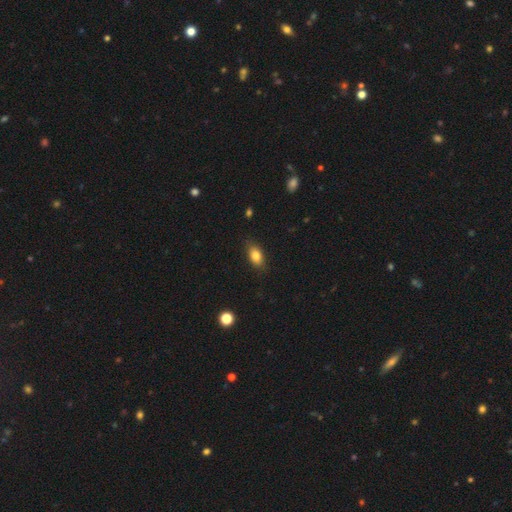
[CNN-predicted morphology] smooth 83%, featured or disk 9%, star or artifact 8%. Down the decision tree: how rounded — in between (86%); merging — none (83%).